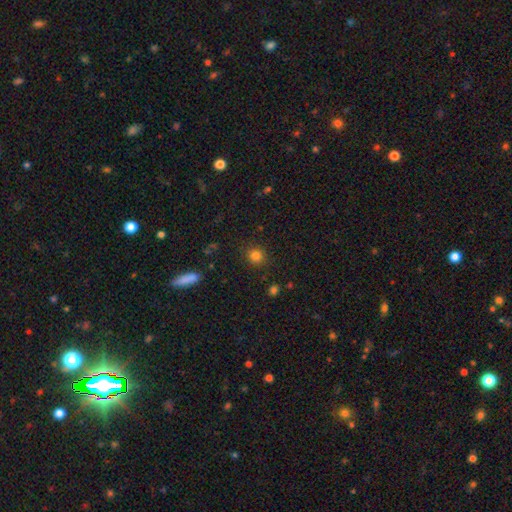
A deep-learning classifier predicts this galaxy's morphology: Q: Smooth or featured?
A: smooth (81%); runner-up: star or artifact (14%)
Q: How rounded?
A: round (89%); runner-up: in between (10%)
Q: Merging?
A: none (88%); runner-up: minor disturbance (8%)